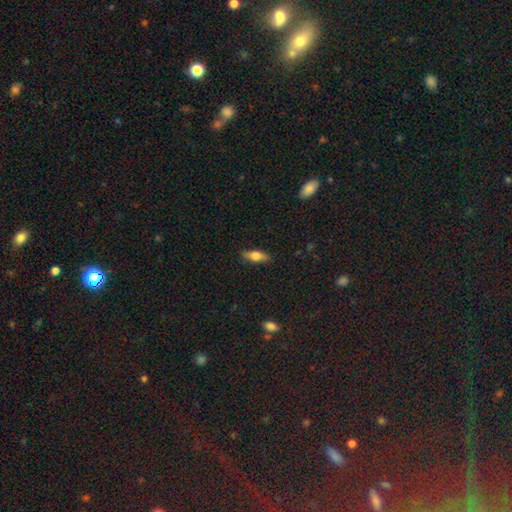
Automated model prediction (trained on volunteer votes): smooth 63%, featured or disk 30%, star or artifact 7%. Down the decision tree: how rounded — in between (61%); merging — none (87%).